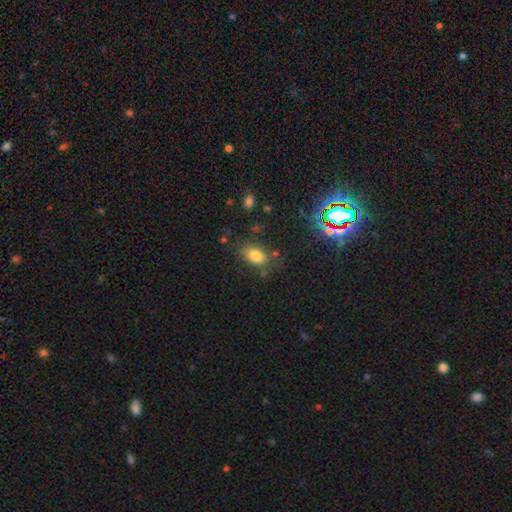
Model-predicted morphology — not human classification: Smooth or featured? Predicted: smooth (p=0.79). How rounded? Predicted: in between (p=0.86). Merging? Predicted: none (p=0.73).